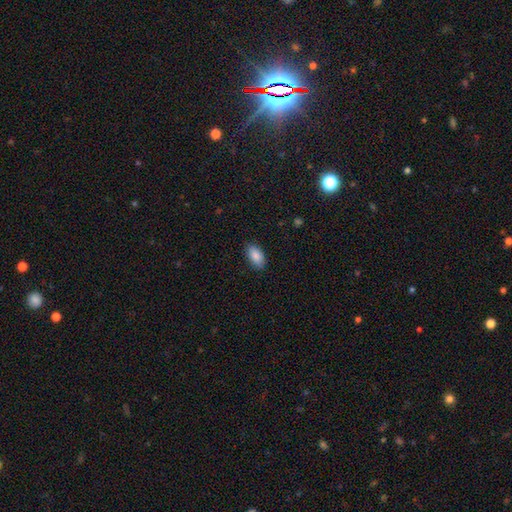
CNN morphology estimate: This is clearly a smooth galaxy (88%). How rounded: clearly in between (94%). Merging: clearly none (87%).